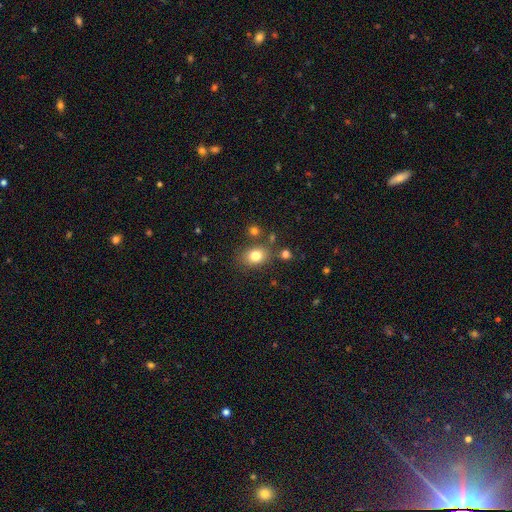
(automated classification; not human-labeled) smooth-or-featured: smooth: 80% | star or artifact: 11% | featured or disk: 8%
  how-rounded: in between: 55% | round: 44% | cigar-shaped: 1%
  merging: none: 76% | minor disturbance: 13% | merger: 7% | major disturbance: 4%